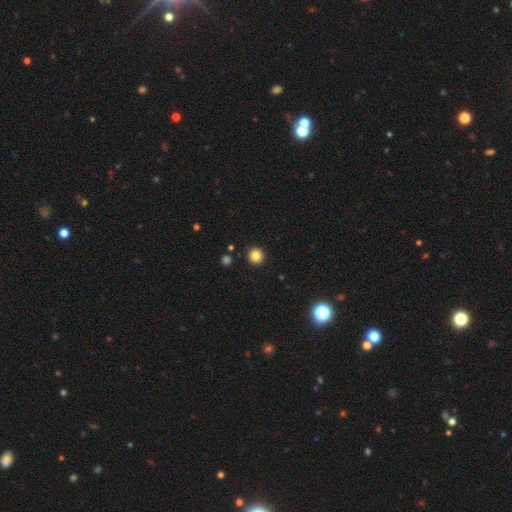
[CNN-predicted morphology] smooth_or_featured: smooth (p=0.83) [alt: star or artifact p=0.12]
how_rounded: round (p=0.95) [alt: in between p=0.04]
merging: none (p=0.92) [alt: minor disturbance p=0.05]